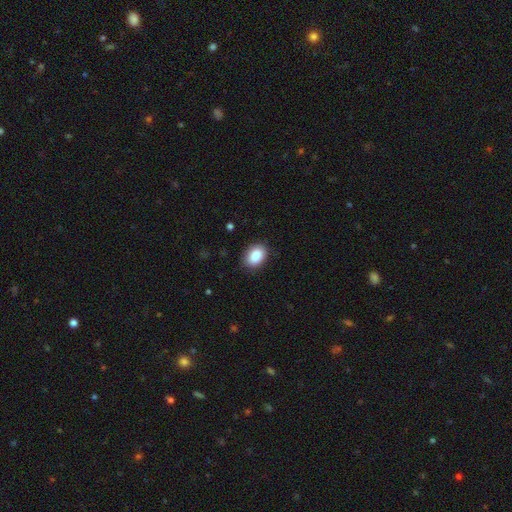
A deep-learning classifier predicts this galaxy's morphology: Smooth or featured?
  - smooth: 88% *
  - star or artifact: 7%
  - featured or disk: 5%
How rounded?
  - in between: 81% *
  - round: 18%
  - cigar-shaped: 1%
Merging?
  - none: 86% *
  - minor disturbance: 11%
  - major disturbance: 2%
  - merger: 1%